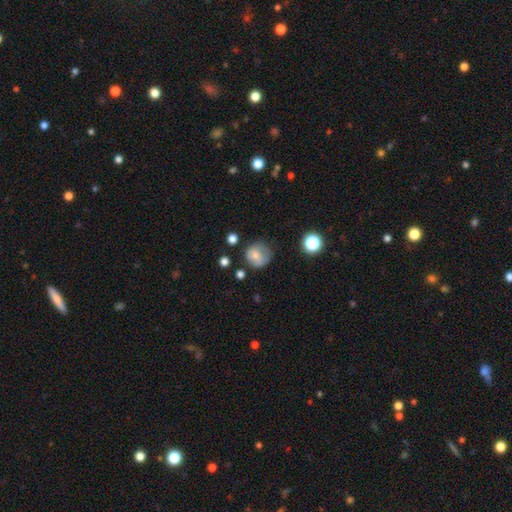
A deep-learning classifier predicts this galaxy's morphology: This appears to be a smooth galaxy with no disk features (72%) that is round (89%). Merging: none (66%).